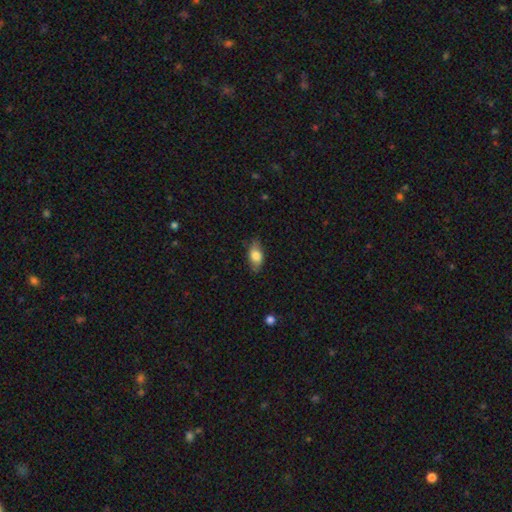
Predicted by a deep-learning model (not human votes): This is likely a smooth galaxy (76%). How rounded: clearly in between (87%). Merging: likely none (80%).